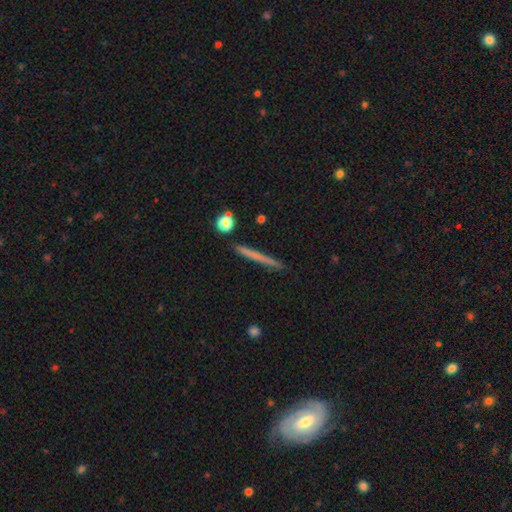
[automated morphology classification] Smooth or featured?
  - smooth: 56% *
  - featured or disk: 37%
  - star or artifact: 7%
How rounded?
  - cigar-shaped: 96% *
  - round: 2%
  - in between: 2%
Merging?
  - none: 90% *
  - minor disturbance: 7%
  - merger: 2%
  - major disturbance: 2%